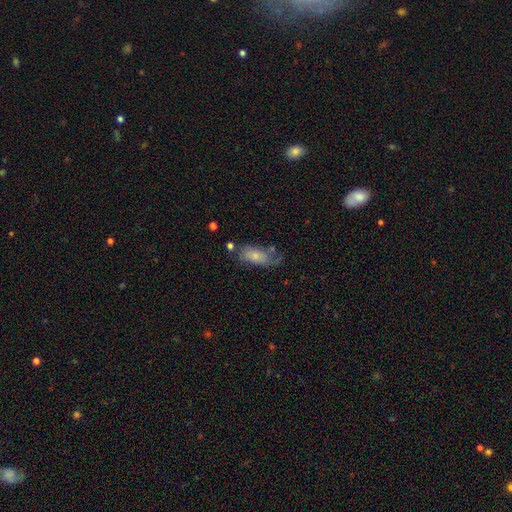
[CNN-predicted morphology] Overall: smooth (64%; featured or disk 28%). How rounded: in between (85%). Merging: none (40%; minor disturbance 30%).